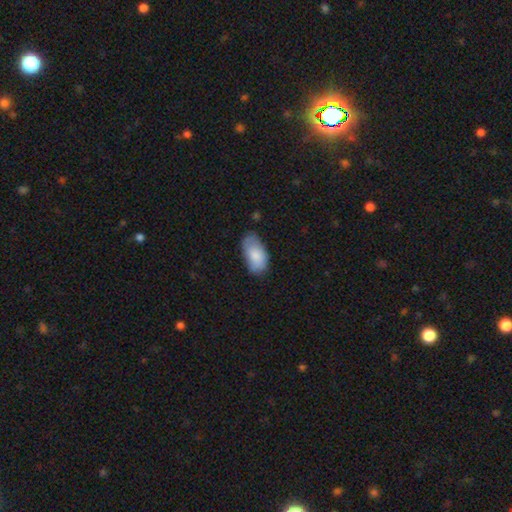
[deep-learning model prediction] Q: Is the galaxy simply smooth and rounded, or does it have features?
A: smooth — 81%.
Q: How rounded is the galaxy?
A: in between — 95%.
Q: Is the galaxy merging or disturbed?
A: none — 61%.